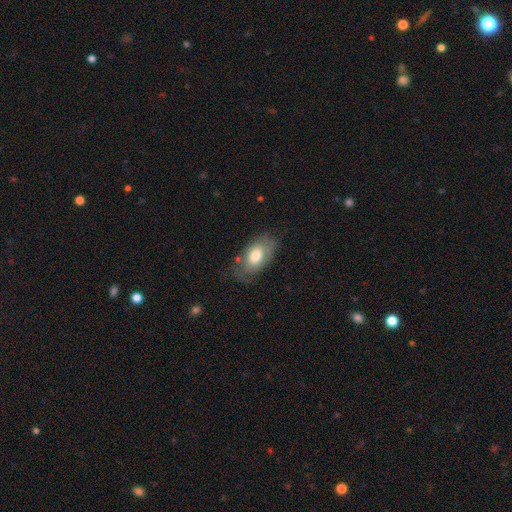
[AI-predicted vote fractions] Q: Smooth or featured?
A: smooth (66%); runner-up: featured or disk (28%)
Q: How rounded?
A: in between (92%); runner-up: round (6%)
Q: Merging?
A: none (62%); runner-up: minor disturbance (27%)